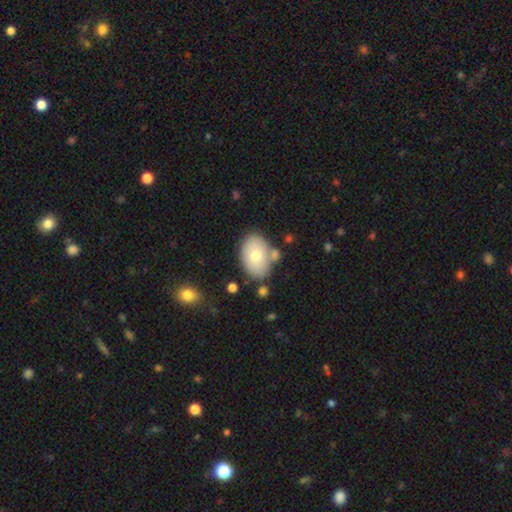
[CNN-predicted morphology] Q: Smooth or featured?
A: smooth (73%); runner-up: featured or disk (20%)
Q: How rounded?
A: in between (89%); runner-up: round (10%)
Q: Merging?
A: none (70%); runner-up: minor disturbance (16%)